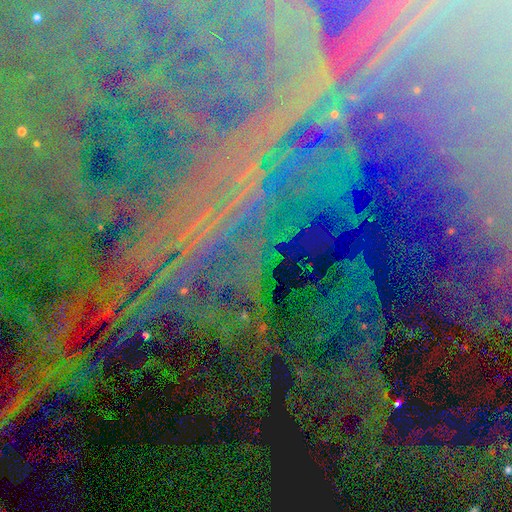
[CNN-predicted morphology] type=star or artifact (78%).